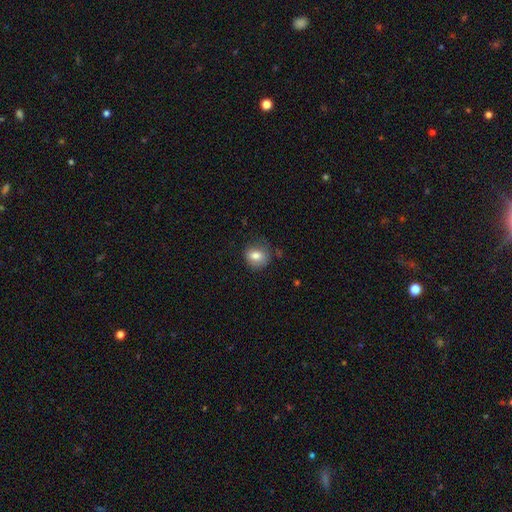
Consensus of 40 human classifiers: A smooth galaxy with no disk features (82%) that is round (79%).

Vote fractions:
- Smooth or featured? smooth: 82% / star or artifact: 12% / featured or disk: 5%
- How rounded? round: 79% / in between: 18% / cigar-shaped: 3%
- Merging? none: 83% / major disturbance: 11% / minor disturbance: 6% / merger: 0%